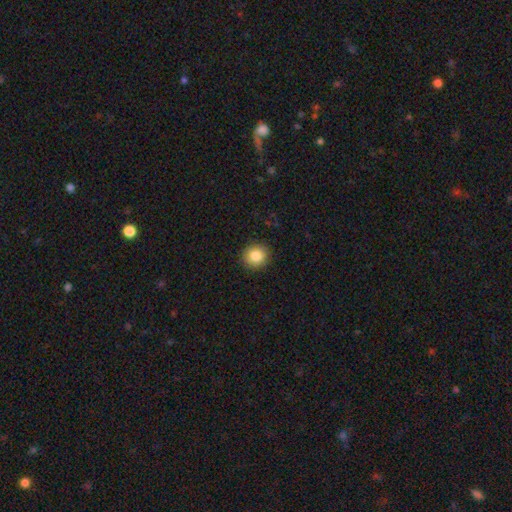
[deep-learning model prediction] Overall: smooth (84%). How rounded: round (89%). Merging: none (91%).